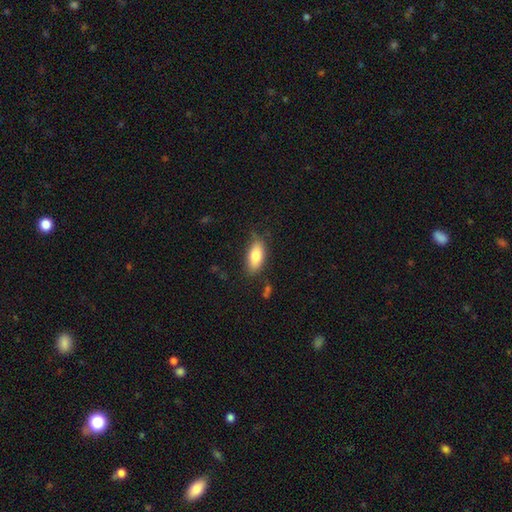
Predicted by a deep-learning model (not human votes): Q: Smooth or featured?
A: smooth (81%); runner-up: featured or disk (12%)
Q: How rounded?
A: in between (84%); runner-up: cigar-shaped (13%)
Q: Merging?
A: none (77%); runner-up: minor disturbance (17%)